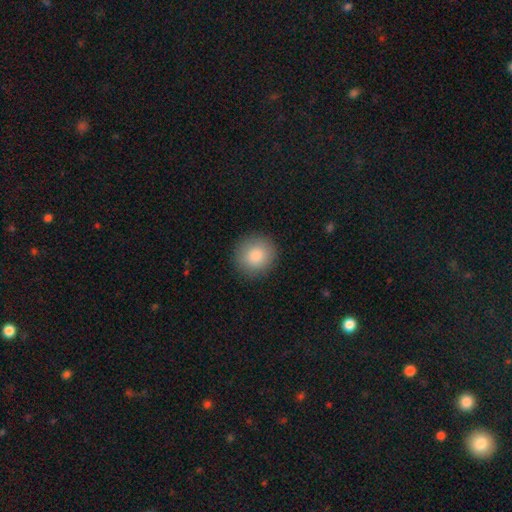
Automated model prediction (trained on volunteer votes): The model was most divided on "smooth or featured": smooth: 86%, star or artifact: 8%, featured or disk: 6%. More confident: how rounded — round (91%); merging — none (90%).